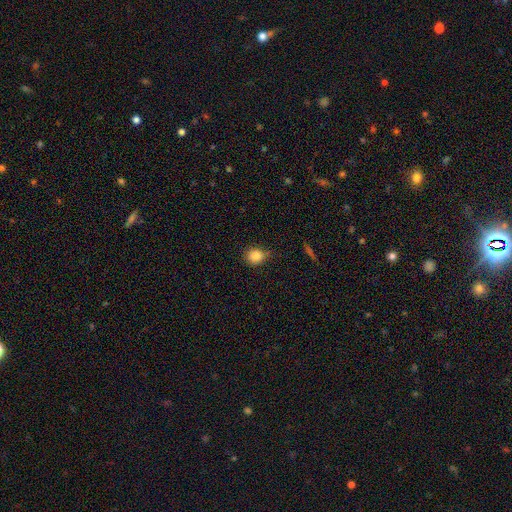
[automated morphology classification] Smooth or featured?
  - smooth: 85% *
  - star or artifact: 10%
  - featured or disk: 5%
How rounded?
  - round: 81% *
  - in between: 18%
  - cigar-shaped: 1%
Merging?
  - none: 72% *
  - minor disturbance: 21%
  - major disturbance: 4%
  - merger: 3%